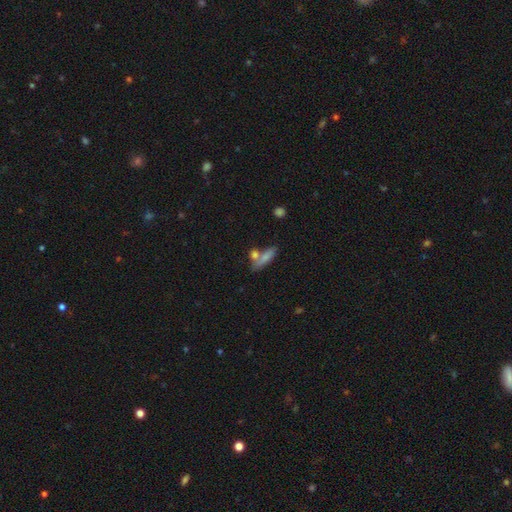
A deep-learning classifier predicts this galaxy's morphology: Smooth or featured? Predicted: smooth (p=0.68). How rounded? Predicted: cigar-shaped (p=0.48). Merging? Predicted: none (p=0.50).